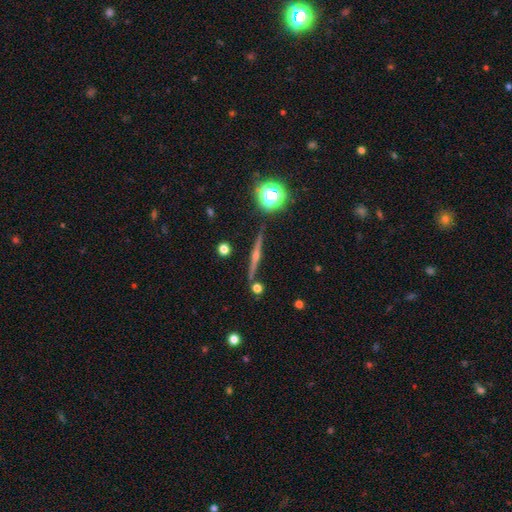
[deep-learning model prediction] The model was most divided on "smooth or featured": featured or disk: 72%, star or artifact: 14%, smooth: 14%. More confident: edge-on disk — yes (95%); merging — none (83%); edge-on bulge — rounded (83%).